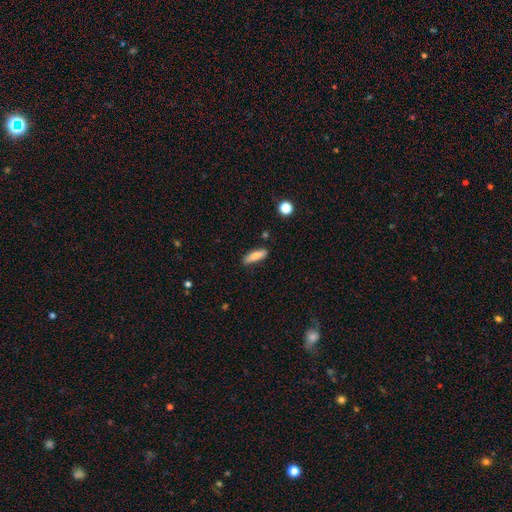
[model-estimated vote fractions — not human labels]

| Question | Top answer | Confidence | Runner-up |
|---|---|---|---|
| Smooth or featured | smooth | 79% | featured or disk (14%) |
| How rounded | cigar-shaped | 63% | in between (34%) |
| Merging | none | 83% | minor disturbance (12%) |